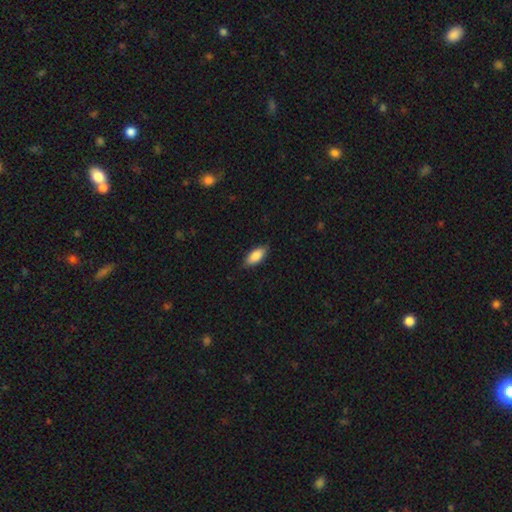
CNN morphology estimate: Smooth or featured: smooth — 86% (featured or disk — 8%)
How rounded: in between — 87% (cigar-shaped — 11%)
Merging: none — 84% (minor disturbance — 13%)